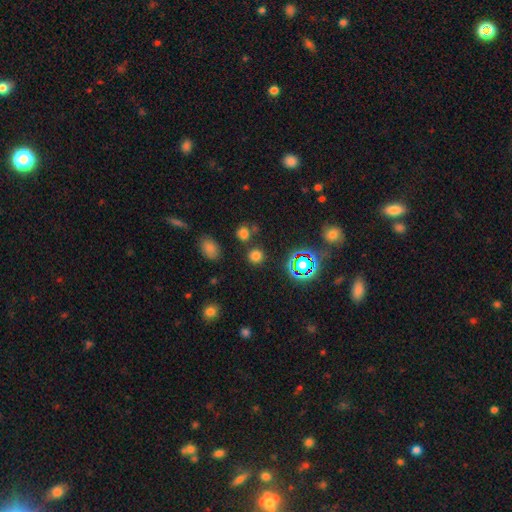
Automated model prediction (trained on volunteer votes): Smooth or featured? Predicted: smooth (p=0.72). How rounded? Predicted: round (p=0.90). Merging? Predicted: none (p=0.84).